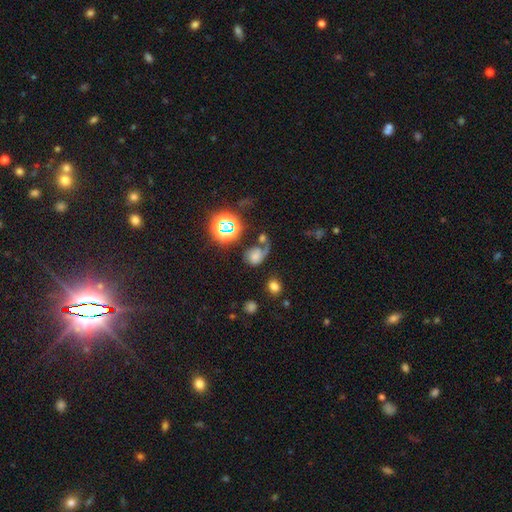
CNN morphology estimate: Smooth or featured? smooth (50%)
Merging? none (35%)